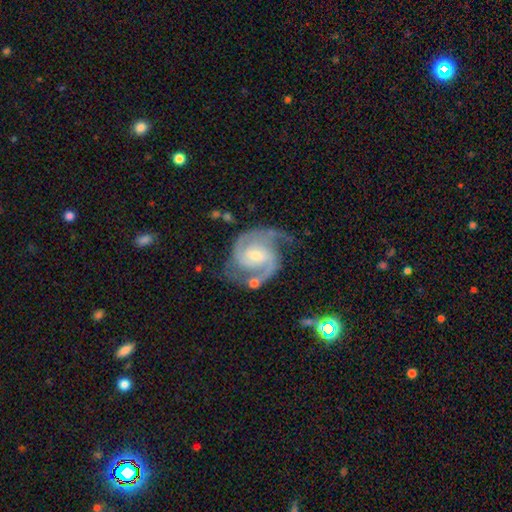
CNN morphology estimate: Smooth or featured?
  - featured or disk: 91% *
  - star or artifact: 4%
  - smooth: 4%
Edge-on disk?
  - no: 98% *
  - yes: 2%
Bar?
  - weak: 54% *
  - no: 30%
  - strong: 17%
Spiral arms?
  - yes: 98% *
  - no: 2%
Spiral winding?
  - medium: 56% *
  - tight: 33%
  - loose: 11%
Spiral arm count?
  - 2: 86% *
  - 3: 6%
  - can't tell: 3%
  - 1: 2%
  - 4: 1%
  - more than 4: 1%
Bulge size?
  - small: 49% *
  - moderate: 43%
  - none: 4%
  - large: 3%
  - dominant: 1%
Merging?
  - none: 66% *
  - minor disturbance: 20%
  - major disturbance: 9%
  - merger: 5%